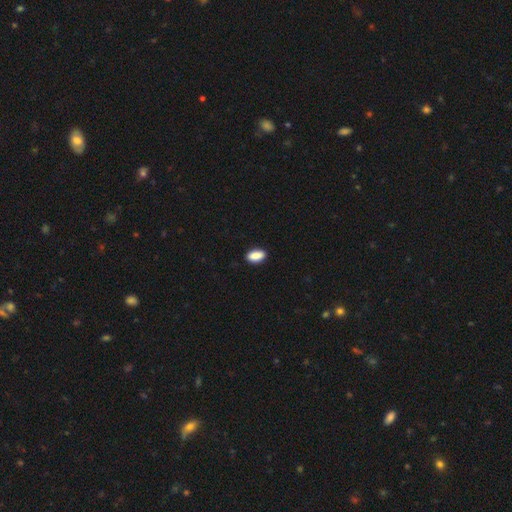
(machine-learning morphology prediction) Smooth or featured: smooth — 89% (star or artifact — 7%)
How rounded: in between — 91% (cigar-shaped — 5%)
Merging: none — 89% (minor disturbance — 9%)